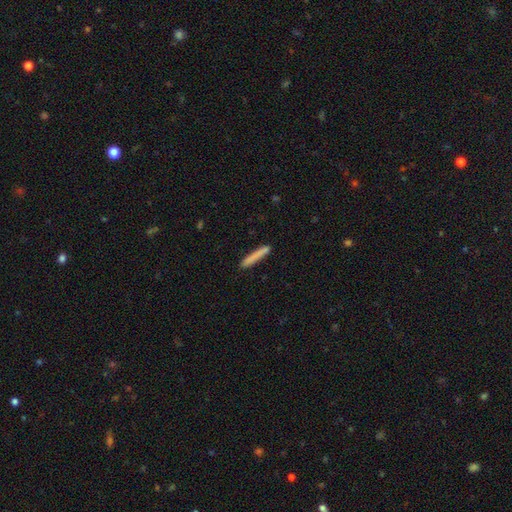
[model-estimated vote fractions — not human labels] smooth 80%, featured or disk 13%, star or artifact 6%. Down the decision tree: how rounded — cigar-shaped (96%); merging — none (89%).